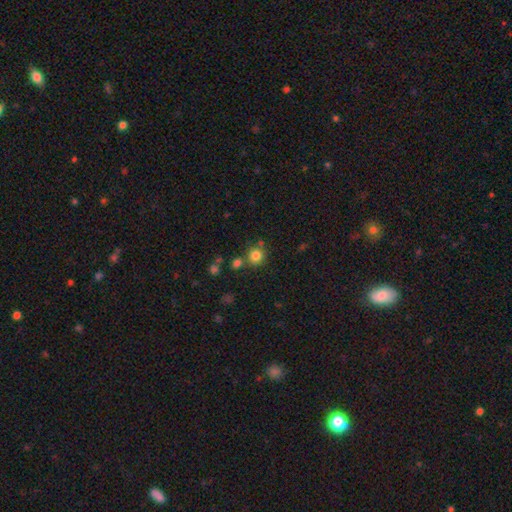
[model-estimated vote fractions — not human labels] Overall: smooth (81%). How rounded: round (90%). Merging: none (74%).